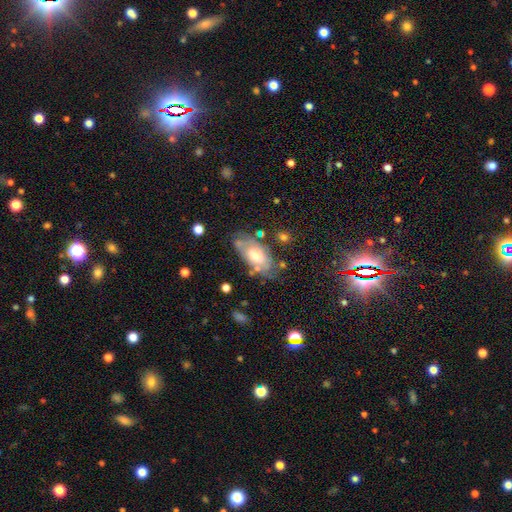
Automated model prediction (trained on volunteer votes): The model was most divided on "smooth or featured": featured or disk: 55%, smooth: 36%, star or artifact: 9%. More confident: edge-on disk — no (88%); merging — none (63%).